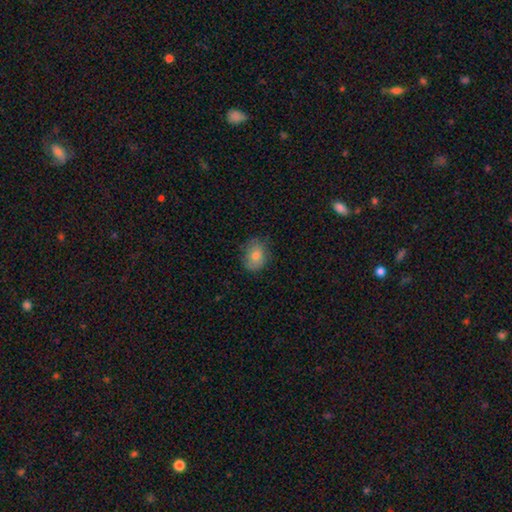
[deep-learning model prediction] smooth 80%, featured or disk 12%, star or artifact 8%. Down the decision tree: how rounded — in between (65%); merging — none (77%).